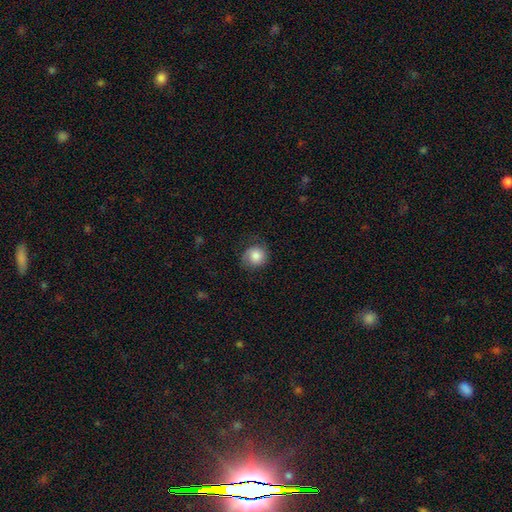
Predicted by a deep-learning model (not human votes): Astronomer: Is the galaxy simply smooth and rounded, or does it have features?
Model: smooth — 81%.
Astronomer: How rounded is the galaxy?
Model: round — 85%.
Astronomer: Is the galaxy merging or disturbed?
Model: none — 70%.